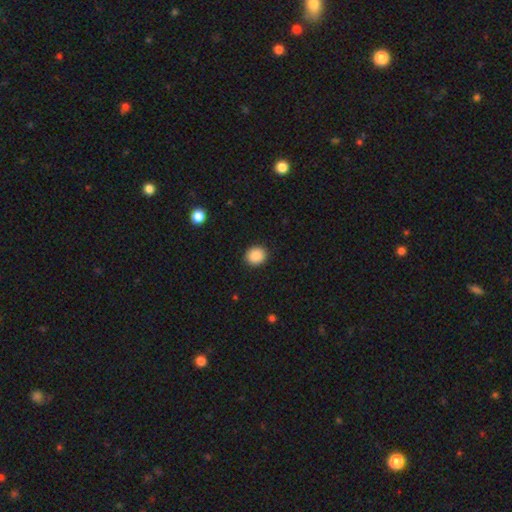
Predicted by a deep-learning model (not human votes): smooth_or_featured: smooth (p=0.89) [alt: star or artifact p=0.09]
how_rounded: round (p=0.79) [alt: in between p=0.20]
merging: none (p=0.92) [alt: minor disturbance p=0.06]